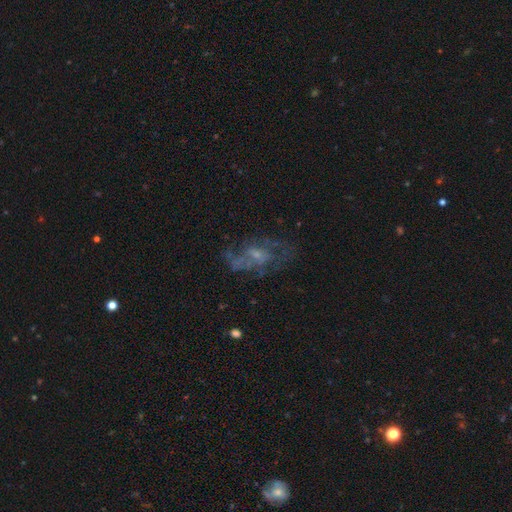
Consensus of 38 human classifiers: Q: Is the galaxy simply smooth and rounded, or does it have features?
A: featured or disk — 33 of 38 (87%).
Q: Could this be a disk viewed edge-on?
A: no — 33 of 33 (100%).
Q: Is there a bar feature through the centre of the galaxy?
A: no — 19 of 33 (58%).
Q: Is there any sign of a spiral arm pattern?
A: yes — 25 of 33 (76%).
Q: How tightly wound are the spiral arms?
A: medium — 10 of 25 (40%).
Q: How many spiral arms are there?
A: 2 — 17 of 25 (68%).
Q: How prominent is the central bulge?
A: small — 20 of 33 (61%).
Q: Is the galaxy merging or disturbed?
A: none — 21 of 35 (60%).